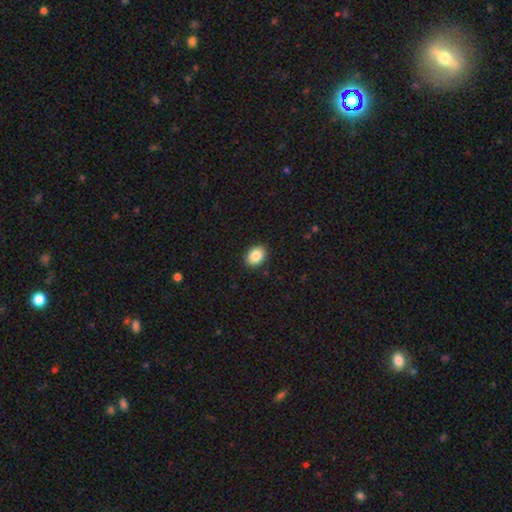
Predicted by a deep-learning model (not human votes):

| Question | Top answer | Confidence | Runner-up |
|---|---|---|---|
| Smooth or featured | smooth | 87% | star or artifact (8%) |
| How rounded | in between | 70% | round (29%) |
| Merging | none | 90% | minor disturbance (7%) |